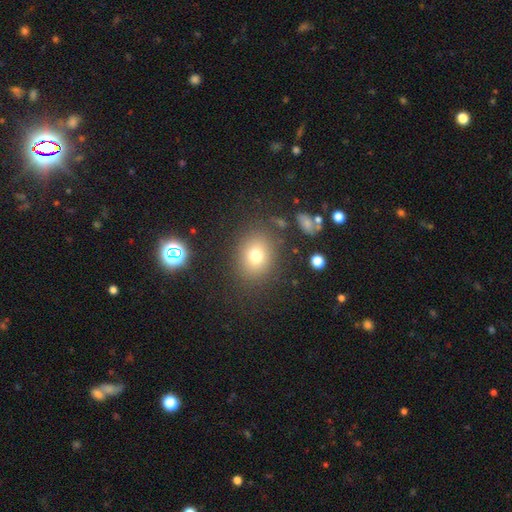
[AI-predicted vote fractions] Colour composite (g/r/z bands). It shows a smooth galaxy with no disk features (73%) that is round (63%). Merging: none (82%).